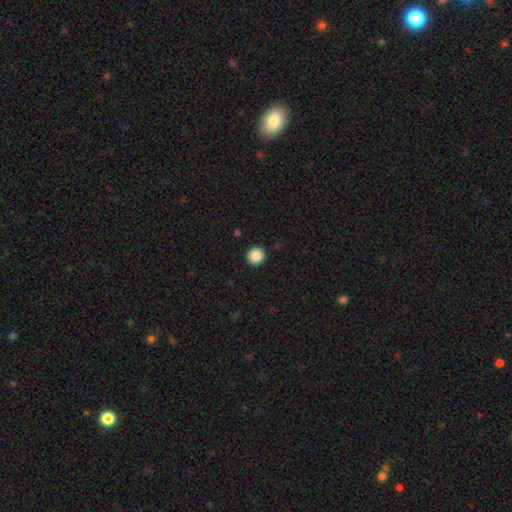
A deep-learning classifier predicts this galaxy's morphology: Q: Smooth or featured?
A: smooth (88%); runner-up: star or artifact (9%)
Q: How rounded?
A: round (96%); runner-up: in between (3%)
Q: Merging?
A: none (93%); runner-up: minor disturbance (4%)